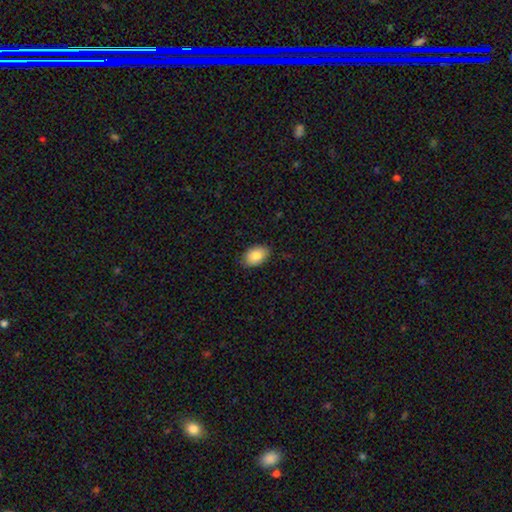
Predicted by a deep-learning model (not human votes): smooth 86%, featured or disk 7%, star or artifact 7%. Down the decision tree: how rounded — in between (90%); merging — none (83%).